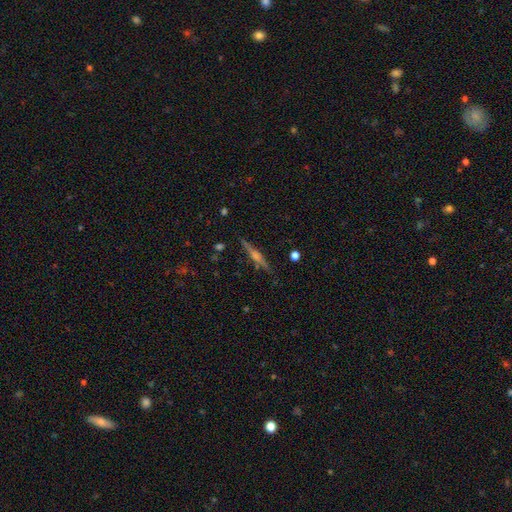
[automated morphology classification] type=featured or disk (79%); edge-on=yes (98%); edge-on bulge=rounded (85%); merging=none (89%).